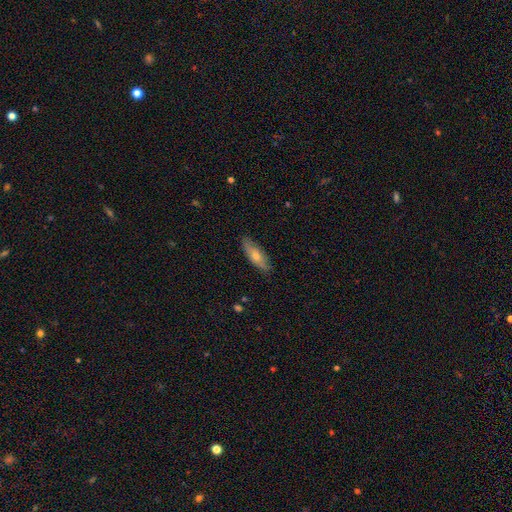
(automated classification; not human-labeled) Overall: smooth (56%; featured or disk 37%). How rounded: in between (53%; cigar-shaped 45%). Merging: none (85%).